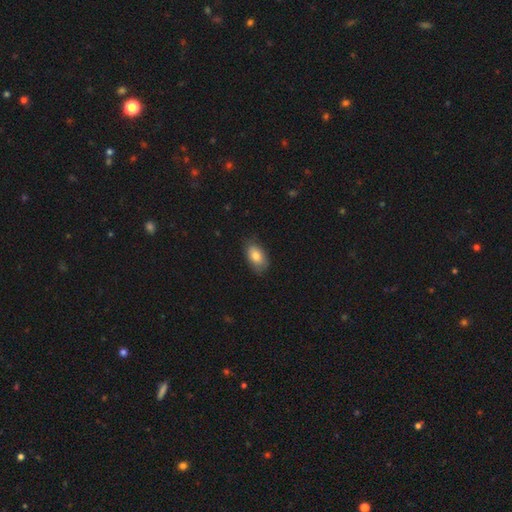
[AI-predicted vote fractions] Smooth or featured?
  - smooth: 83% *
  - featured or disk: 10%
  - star or artifact: 7%
How rounded?
  - in between: 91% *
  - round: 7%
  - cigar-shaped: 2%
Merging?
  - none: 76% *
  - minor disturbance: 19%
  - major disturbance: 4%
  - merger: 1%